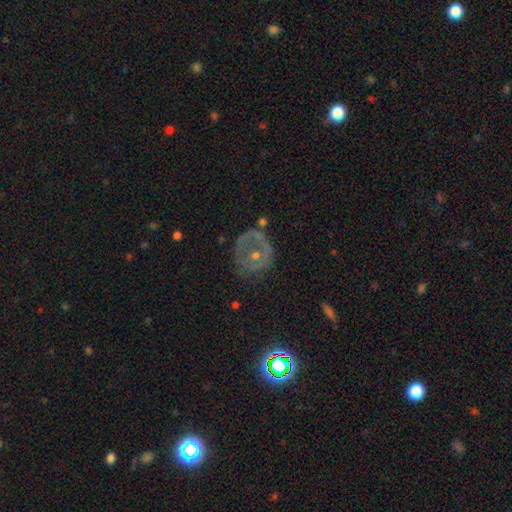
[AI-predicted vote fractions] A featured or disk galaxy (60%) with no bar (82%), no spiral arms (73%) and a small central bulge (53%).

Vote fractions:
- Smooth or featured? featured or disk: 60% / smooth: 28% / star or artifact: 12%
- Edge-on disk? no: 96% / yes: 4%
- Bar? no: 82% / weak: 14% / strong: 5%
- Spiral arms? no: 73% / yes: 27%
- Bulge size? small: 53% / moderate: 42% / none: 3% / large: 2% / dominant: 1%
- Merging? none: 58% / minor disturbance: 22% / major disturbance: 16% / merger: 4%